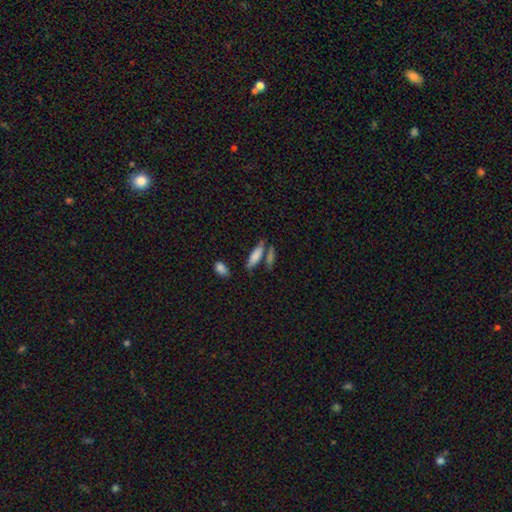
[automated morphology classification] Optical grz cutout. It shows a smooth galaxy with no disk features (80%) that is cigar-shaped (60%). Merging: none (65%).